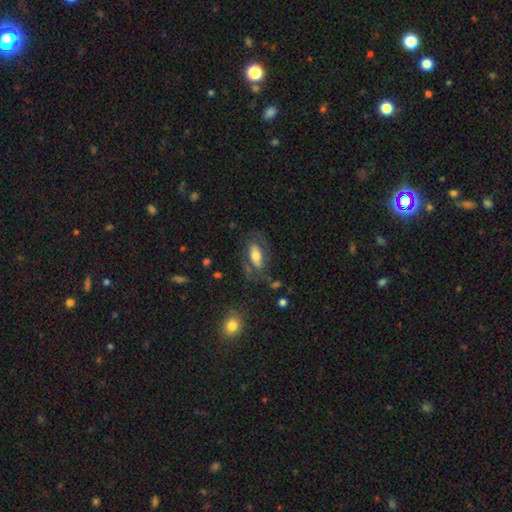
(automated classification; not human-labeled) A smooth galaxy with no disk features (52%) that is in between round and cigar-shaped (82%).

Vote fractions:
- Smooth or featured? smooth: 52% / featured or disk: 40% / star or artifact: 8%
- How rounded? in between: 82% / cigar-shaped: 14% / round: 5%
- Merging? none: 59% / minor disturbance: 20% / major disturbance: 18% / merger: 3%